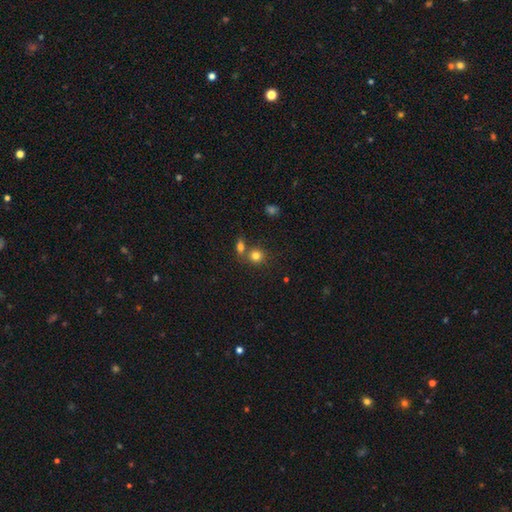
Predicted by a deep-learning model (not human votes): Smooth or featured?
  - smooth: 79% *
  - star or artifact: 13%
  - featured or disk: 8%
How rounded?
  - round: 83% *
  - in between: 16%
  - cigar-shaped: 1%
Merging?
  - none: 58% *
  - merger: 30%
  - minor disturbance: 9%
  - major disturbance: 3%